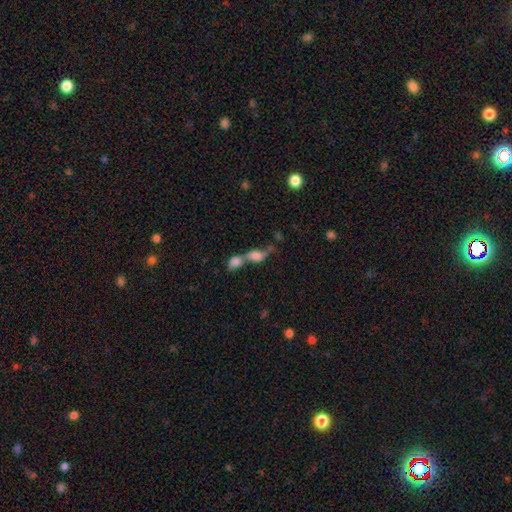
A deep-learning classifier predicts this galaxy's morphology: Smooth or featured: smooth — 61% (featured or disk — 27%)
How rounded: in between — 71% (round — 16%)
Merging: merger — 75% (none — 13%)